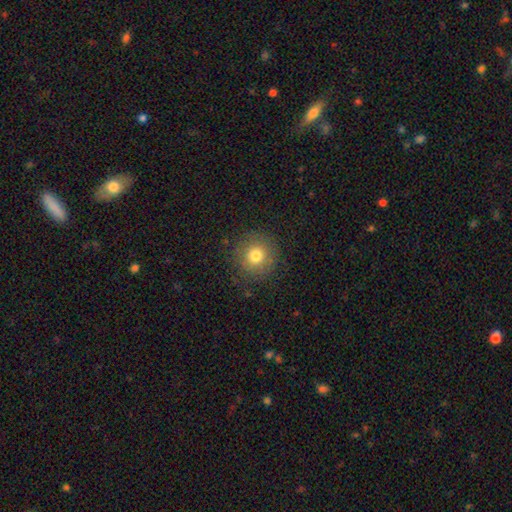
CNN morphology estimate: A smooth galaxy with no disk features (77%) that is round (94%).

Vote fractions:
- Smooth or featured? smooth: 77% / star or artifact: 12% / featured or disk: 11%
- How rounded? round: 94% / in between: 5% / cigar-shaped: 1%
- Merging? none: 87% / minor disturbance: 9% / major disturbance: 3% / merger: 1%